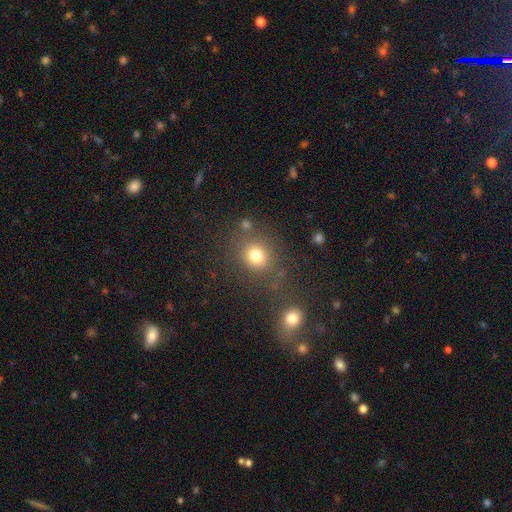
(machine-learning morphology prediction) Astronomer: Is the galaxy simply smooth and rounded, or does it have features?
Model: smooth — 78%.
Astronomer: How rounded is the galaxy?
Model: round — 78%.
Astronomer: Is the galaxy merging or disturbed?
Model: none — 73%.